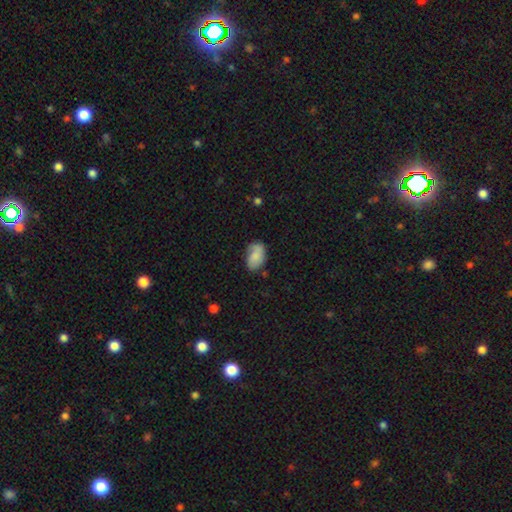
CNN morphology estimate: The model was most divided on "merging": none: 60%, minor disturbance: 29%, major disturbance: 9%, merger: 2%. More confident: how rounded — in between (88%); smooth or featured — smooth (72%).